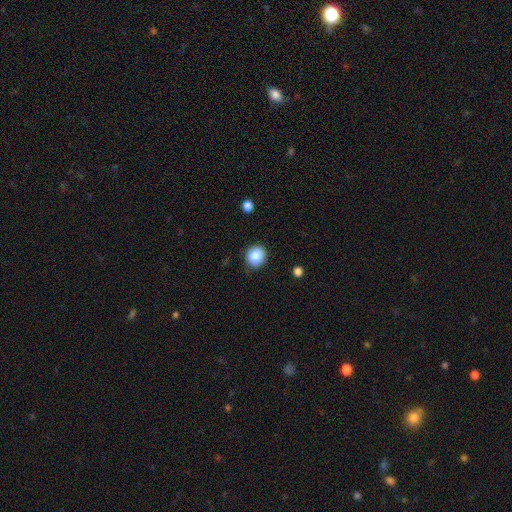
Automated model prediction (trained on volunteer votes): Morphology: type=smooth (86%); roundness=round (81%); merging=none (87%).